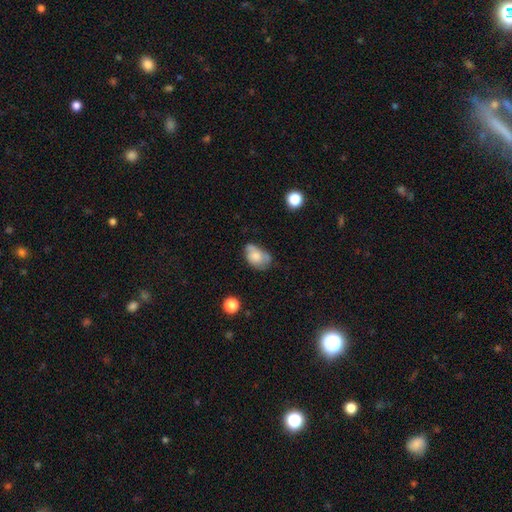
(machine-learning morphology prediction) smooth-or-featured: smooth: 70% | featured or disk: 22% | star or artifact: 9%
  how-rounded: in between: 85% | round: 14% | cigar-shaped: 1%
  merging: minor disturbance: 39% | none: 38% | major disturbance: 16% | merger: 7%